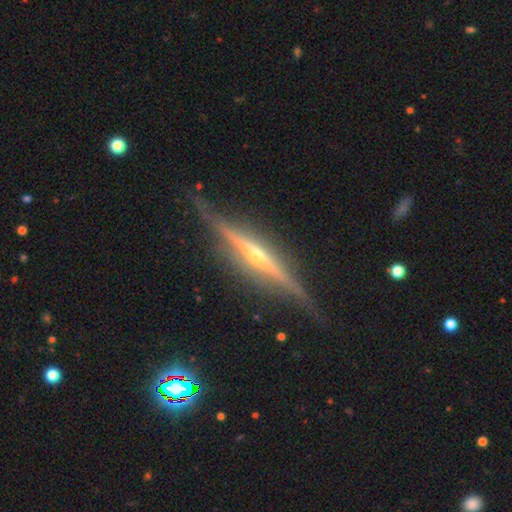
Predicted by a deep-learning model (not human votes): Overall: featured or disk (87%). Edge-on disk: yes (97%). Edge-on bulge: rounded (84%). Merging: none (82%).